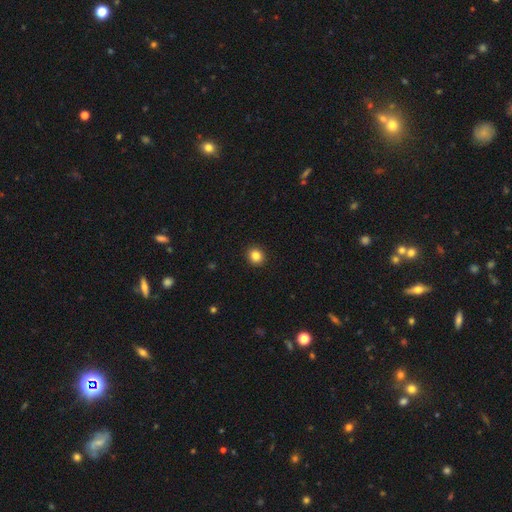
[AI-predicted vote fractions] Smooth or featured? smooth (84%)
How rounded? round (87%)
Merging? none (92%)